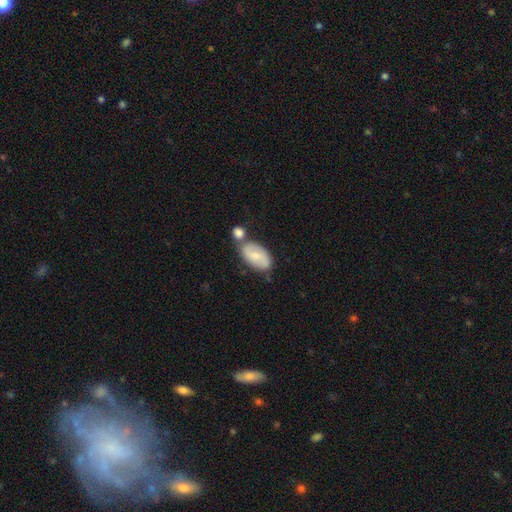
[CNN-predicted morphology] This appears to be a smooth galaxy with no disk features (50%). Merging: none (50%).